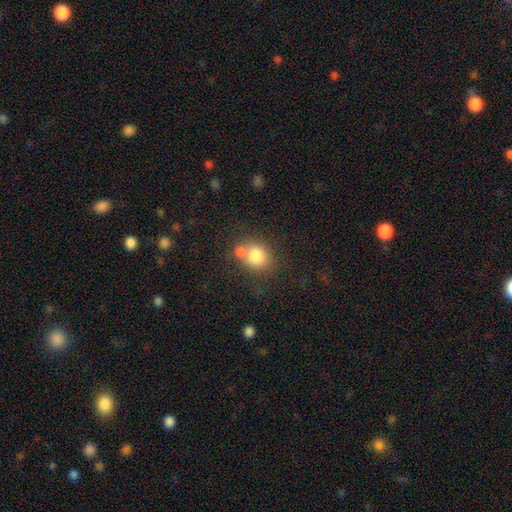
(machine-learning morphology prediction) smooth_or_featured: smooth (p=0.80) [alt: star or artifact p=0.10]
how_rounded: round (p=0.75) [alt: in between p=0.24]
merging: none (p=0.50) [alt: merger p=0.32]